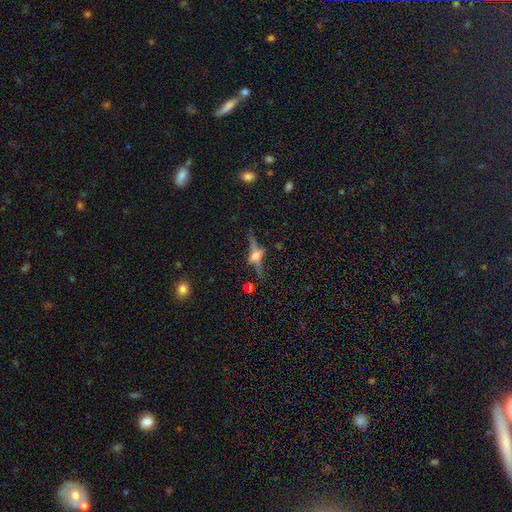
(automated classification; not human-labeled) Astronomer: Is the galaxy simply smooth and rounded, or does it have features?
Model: featured or disk — 64%.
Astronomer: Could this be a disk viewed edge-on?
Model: yes — 91%.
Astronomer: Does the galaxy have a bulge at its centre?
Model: rounded — 89%.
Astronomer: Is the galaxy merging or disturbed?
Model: none — 74%.